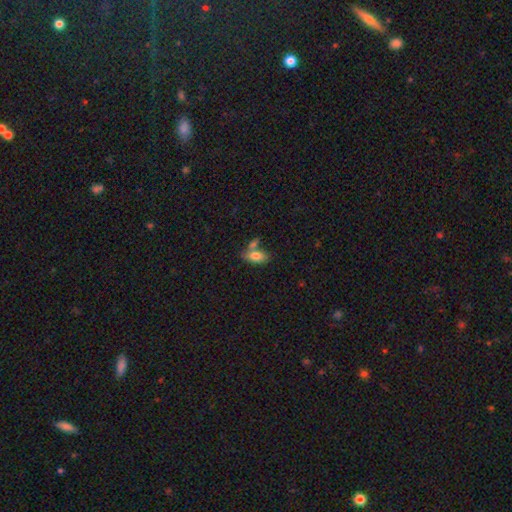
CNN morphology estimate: Smooth or featured: smooth — 79% (featured or disk — 14%)
How rounded: in between — 89% (cigar-shaped — 6%)
Merging: none — 47% (merger — 35%)